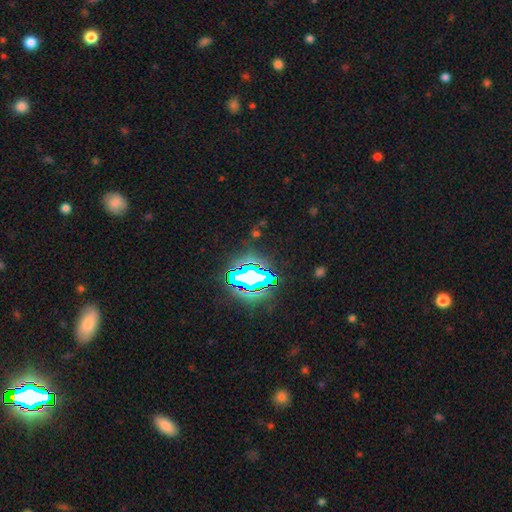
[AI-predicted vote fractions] This is likely a star or artifact rather than a galaxy (80%).